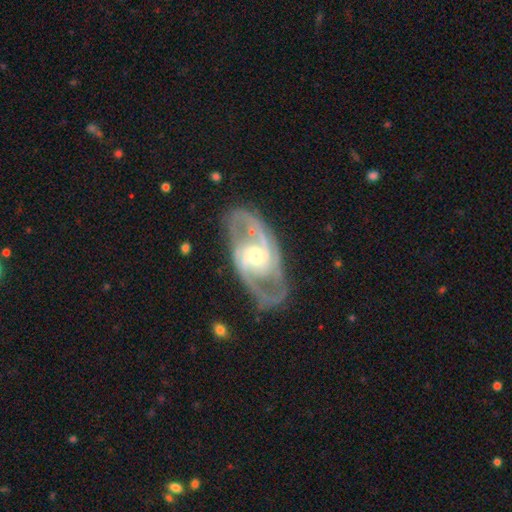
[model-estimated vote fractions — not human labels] smooth-or-featured: featured or disk: 91% | smooth: 5% | star or artifact: 4%
  disk-edge-on: no: 96% | yes: 4%
    bar: no: 43% | weak: 40% | strong: 16%
    has-spiral-arms: yes: 97% | no: 3%
      spiral-winding: medium: 53% | tight: 33% | loose: 14%
      spiral-arm-count: 2: 73% | 3: 13% | can't tell: 6% | 4: 3% | 1: 2% | more than 4: 2%
    bulge-size: moderate: 62% | small: 30% | large: 6% | none: 1% | dominant: 1%
  merging: none: 75% | minor disturbance: 16% | major disturbance: 7% | merger: 2%